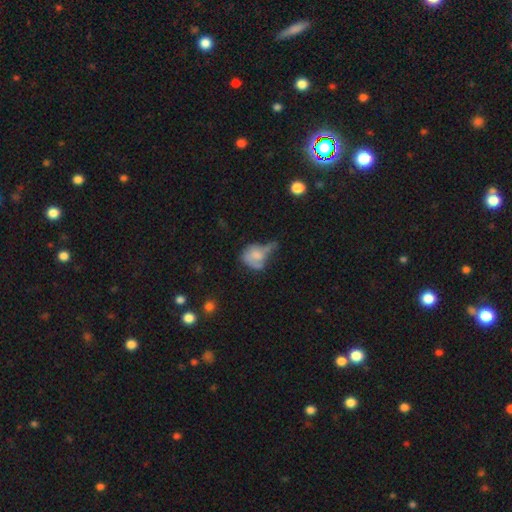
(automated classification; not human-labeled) smooth 57%, featured or disk 33%, star or artifact 10%. Down the decision tree: how rounded — in between (52%); merging — major disturbance (36%).